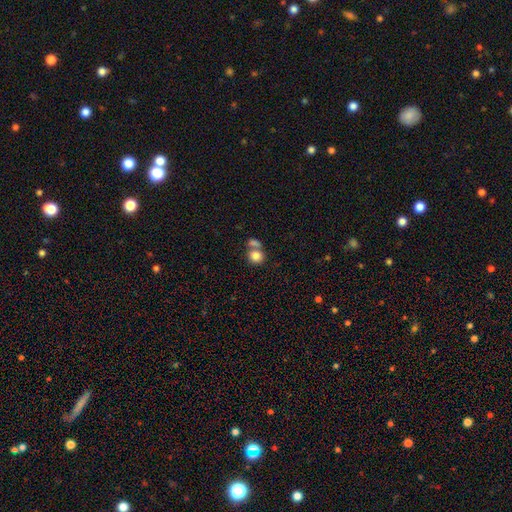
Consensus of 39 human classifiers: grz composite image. It shows a smooth galaxy with no disk features (85%) that is round (82%). Merging: none (42%).